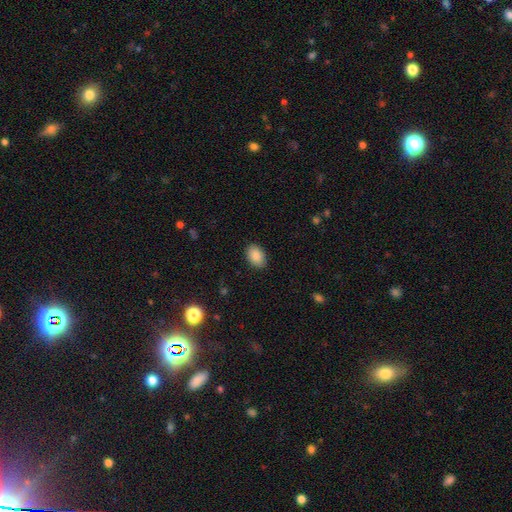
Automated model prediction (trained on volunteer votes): Morphology: type=smooth (89%); roundness=in between (85%); merging=none (88%).